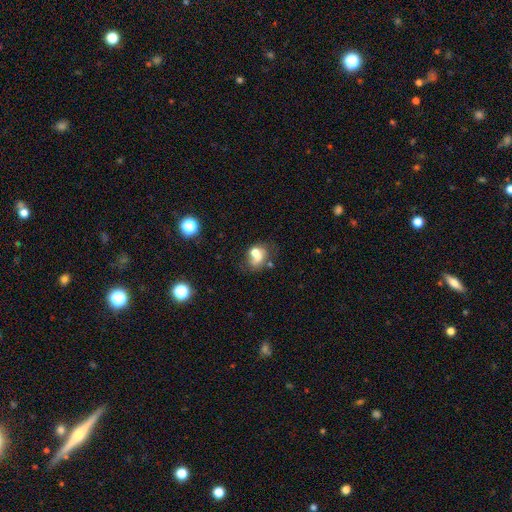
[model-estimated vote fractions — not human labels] Morphology: type=smooth (59%); roundness=in between (50%); merging=merger (37%).